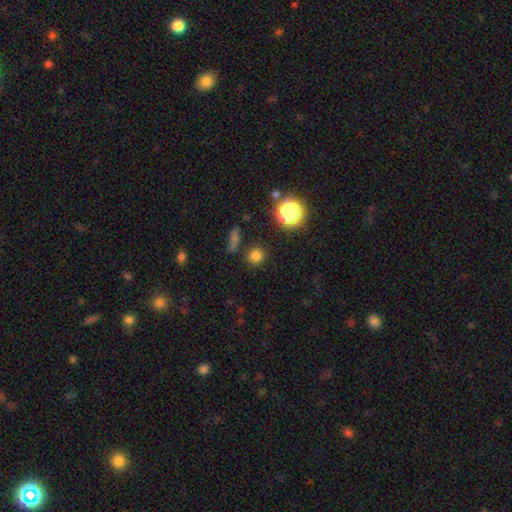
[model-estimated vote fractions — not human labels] The model was most divided on "smooth or featured": smooth: 74%, star or artifact: 20%, featured or disk: 5%. More confident: how rounded — round (90%); merging — none (85%).